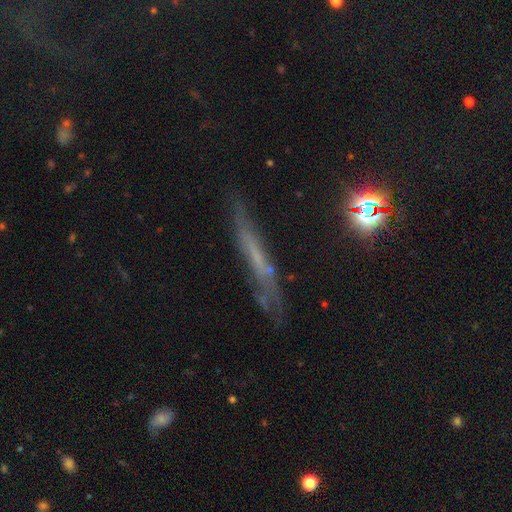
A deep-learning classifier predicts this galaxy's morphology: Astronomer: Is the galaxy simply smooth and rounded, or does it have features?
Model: featured or disk — 52% (runner-up: smooth, 32%).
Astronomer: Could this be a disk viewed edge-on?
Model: yes — 75%.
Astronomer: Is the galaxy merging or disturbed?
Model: none — 65%.